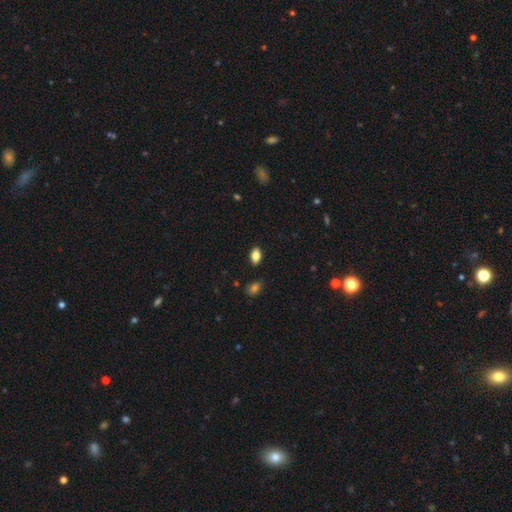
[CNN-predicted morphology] smooth_or_featured: smooth (p=0.82) [alt: featured or disk p=0.09]
how_rounded: in between (p=0.90) [alt: round p=0.08]
merging: none (p=0.87) [alt: minor disturbance p=0.10]